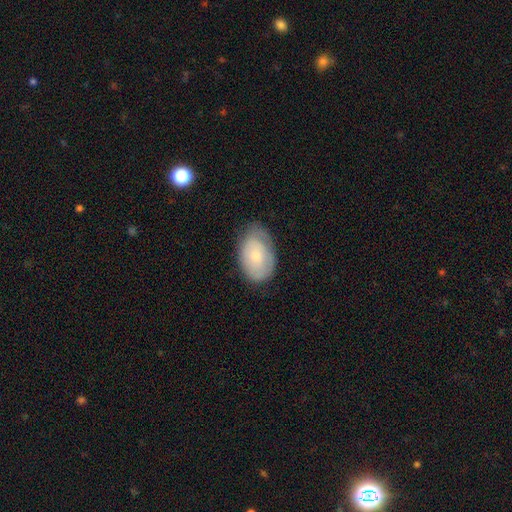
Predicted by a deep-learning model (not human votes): Smooth or featured? smooth (63%)
How rounded? in between (89%)
Merging? none (66%)